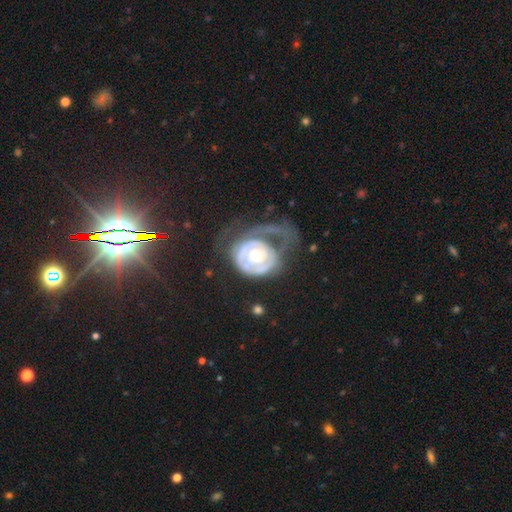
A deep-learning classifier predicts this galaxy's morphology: This appears to be a featured or disk galaxy (77%) with no bar (77%), 1 (33%) tight (61%) spiral arms (74%) and a moderate central bulge (60%). Merging: major disturbance (53%).